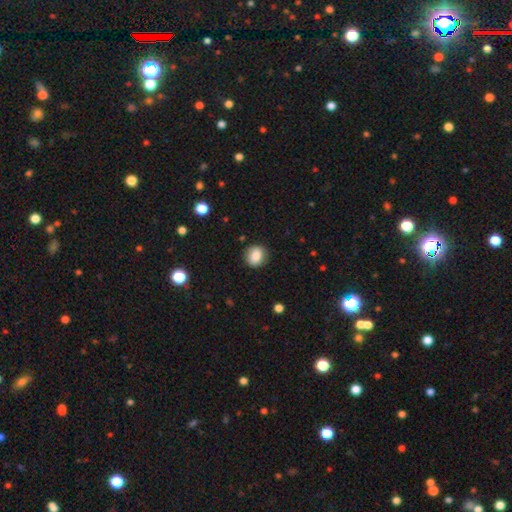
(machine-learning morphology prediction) smooth-or-featured: smooth: 83% | star or artifact: 9% | featured or disk: 8%
  how-rounded: round: 74% | in between: 25% | cigar-shaped: 1%
  merging: none: 86% | minor disturbance: 10% | major disturbance: 3% | merger: 1%